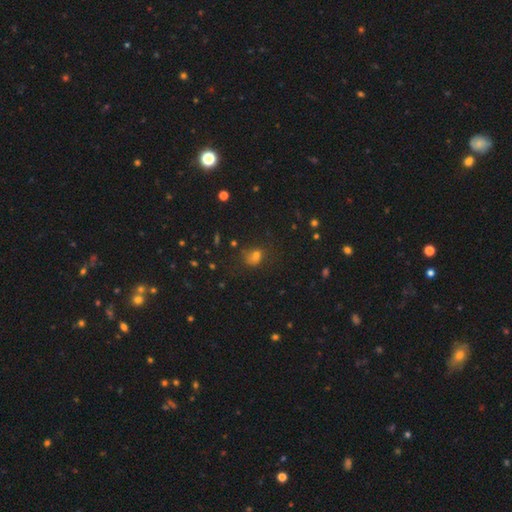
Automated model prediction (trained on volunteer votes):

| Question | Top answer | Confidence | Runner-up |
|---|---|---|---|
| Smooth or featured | smooth | 62% | star or artifact (26%) |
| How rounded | round | 50% | in between (49%) |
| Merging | none | 53% | minor disturbance (24%) |